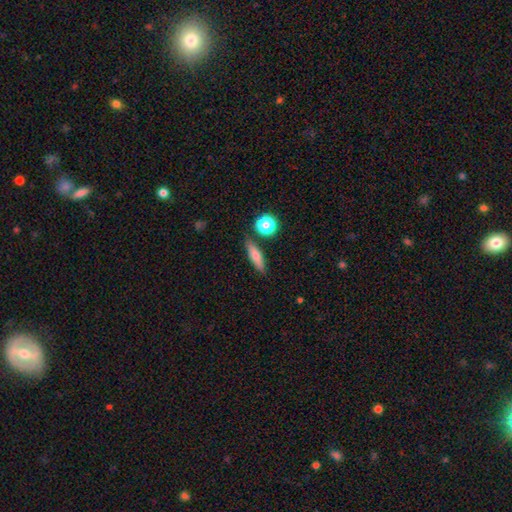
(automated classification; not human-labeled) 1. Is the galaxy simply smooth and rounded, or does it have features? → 70% smooth, 21% featured or disk, 9% star or artifact.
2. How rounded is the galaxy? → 64% cigar-shaped, 31% in between, 6% round.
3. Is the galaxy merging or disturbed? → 83% none, 10% minor disturbance, 5% merger, 3% major disturbance.